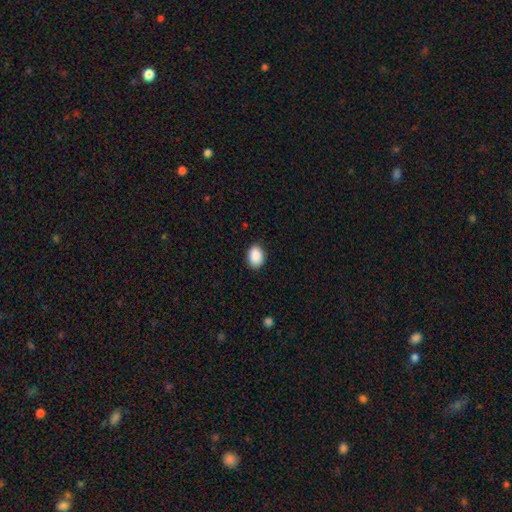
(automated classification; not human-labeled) A smooth galaxy with no disk features (90%) that is in between round and cigar-shaped (77%).

Vote fractions:
- Smooth or featured? smooth: 90% / star or artifact: 7% / featured or disk: 3%
- How rounded? in between: 77% / round: 22% / cigar-shaped: 1%
- Merging? none: 87% / minor disturbance: 10% / major disturbance: 2% / merger: 1%